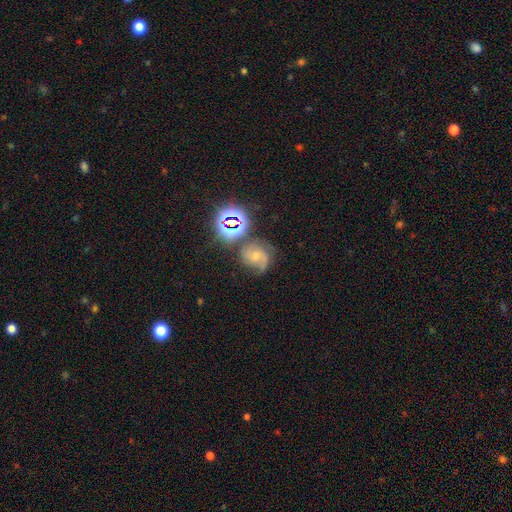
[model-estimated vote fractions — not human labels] Smooth or featured?
  - featured or disk: 61% *
  - star or artifact: 20%
  - smooth: 19%
Edge-on disk?
  - no: 98% *
  - yes: 2%
Bar?
  - no: 61% *
  - weak: 31%
  - strong: 8%
Spiral arms?
  - yes: 94% *
  - no: 6%
Spiral winding?
  - medium: 49% *
  - tight: 28%
  - loose: 23%
Spiral arm count?
  - 2: 60% *
  - 1: 12%
  - can't tell: 12%
  - 3: 12%
  - 4: 2%
  - more than 4: 2%
Bulge size?
  - small: 47% *
  - moderate: 40%
  - none: 8%
  - large: 4%
  - dominant: 2%
Merging?
  - none: 56% *
  - minor disturbance: 22%
  - major disturbance: 13%
  - merger: 9%